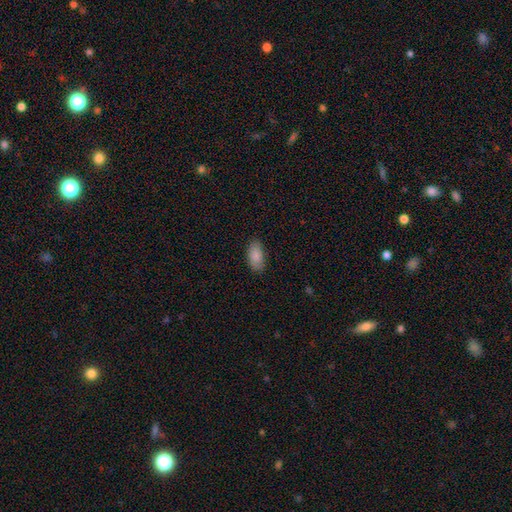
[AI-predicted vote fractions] This is clearly a smooth galaxy (87%). How rounded: clearly in between (93%). Merging: clearly none (86%).